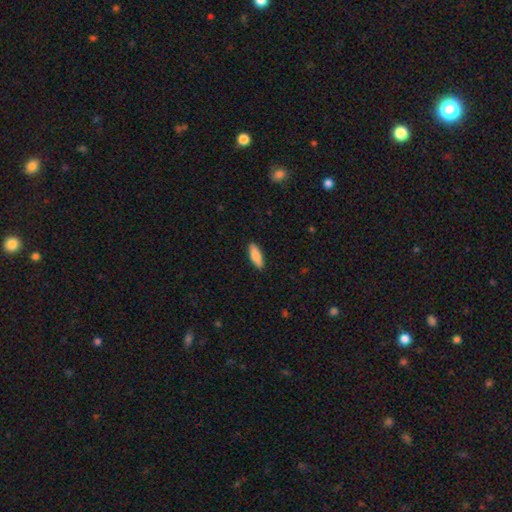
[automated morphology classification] Q: Smooth or featured?
A: smooth (82%); runner-up: featured or disk (12%)
Q: How rounded?
A: in between (66%); runner-up: cigar-shaped (32%)
Q: Merging?
A: none (90%); runner-up: minor disturbance (8%)